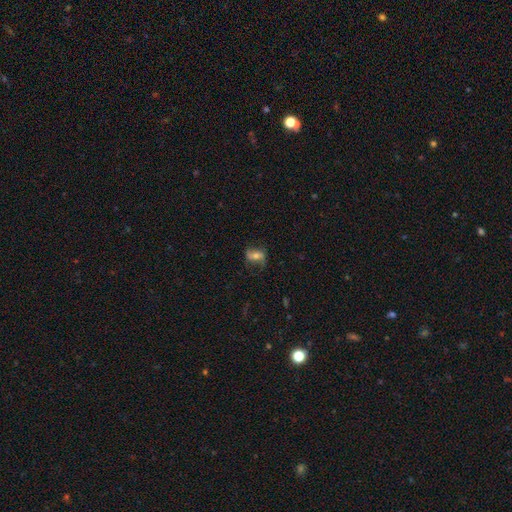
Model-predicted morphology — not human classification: type=featured or disk (57%); edge-on=no (93%); bar=no (36%); spiral arms=yes (82%); bulge=moderate (60%); merging=none (66%).